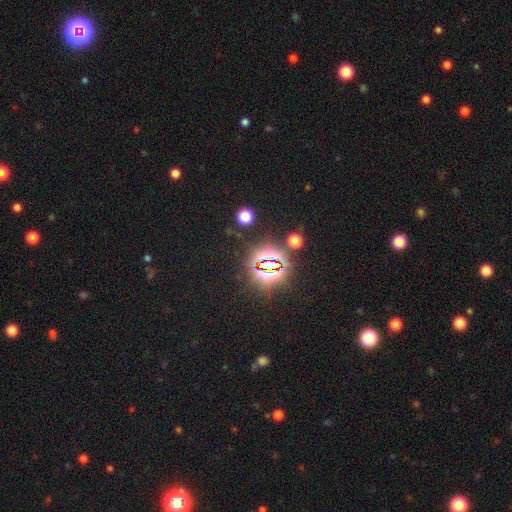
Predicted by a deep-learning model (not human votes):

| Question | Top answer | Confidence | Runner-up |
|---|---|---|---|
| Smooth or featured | star or artifact | 81% | smooth (12%) |